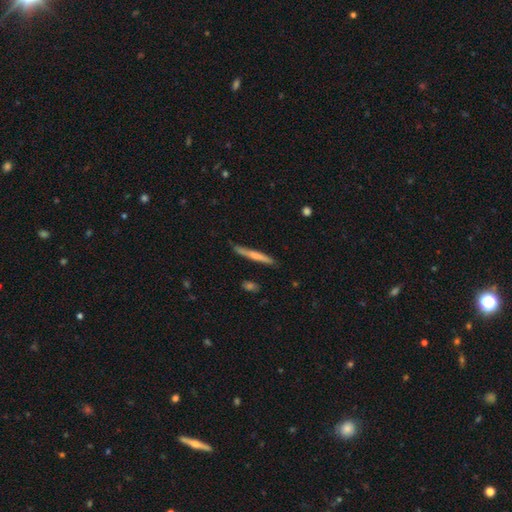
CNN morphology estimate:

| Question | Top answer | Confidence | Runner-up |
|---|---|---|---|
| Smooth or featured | smooth | 58% | featured or disk (37%) |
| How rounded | cigar-shaped | 95% | in between (3%) |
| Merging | none | 82% | minor disturbance (14%) |